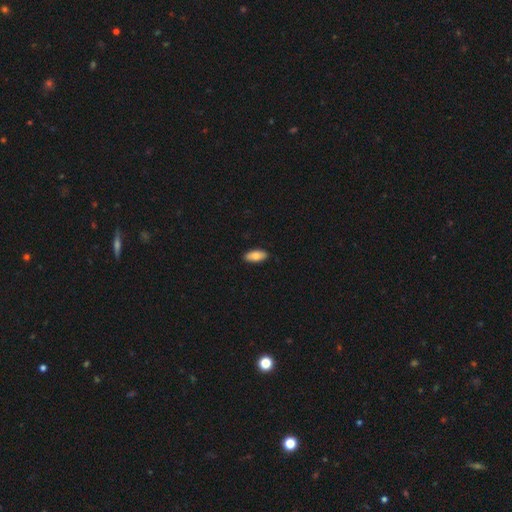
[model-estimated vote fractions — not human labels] smooth 78%, featured or disk 16%, star or artifact 6%. Down the decision tree: how rounded — in between (88%); merging — none (90%).